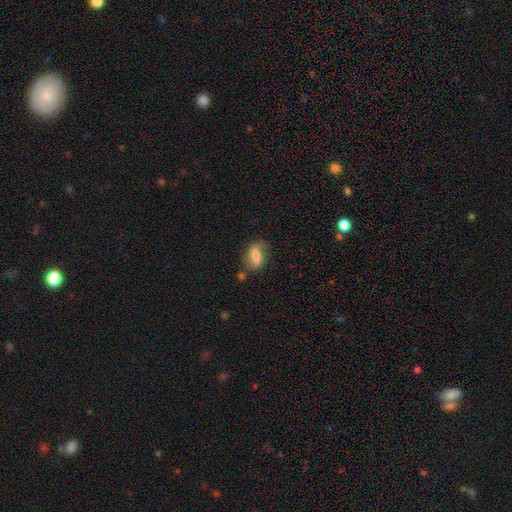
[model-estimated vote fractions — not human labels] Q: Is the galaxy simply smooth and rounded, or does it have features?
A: featured or disk — 49%.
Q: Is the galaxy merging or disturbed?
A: none — 63%.